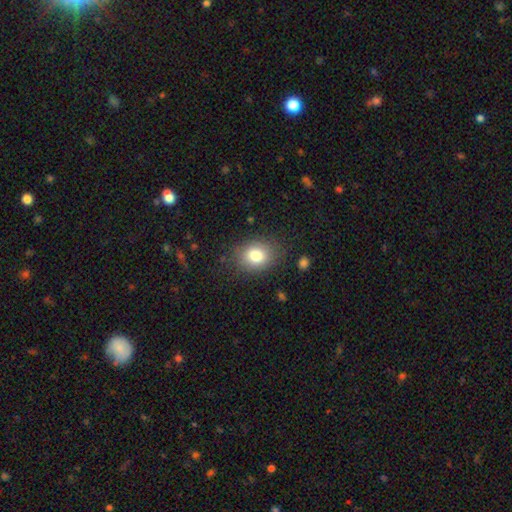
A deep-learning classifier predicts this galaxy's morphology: smooth_or_featured: smooth (p=0.79) [alt: star or artifact p=0.11]
how_rounded: in between (p=0.51) [alt: round p=0.48]
merging: none (p=0.82) [alt: minor disturbance p=0.12]